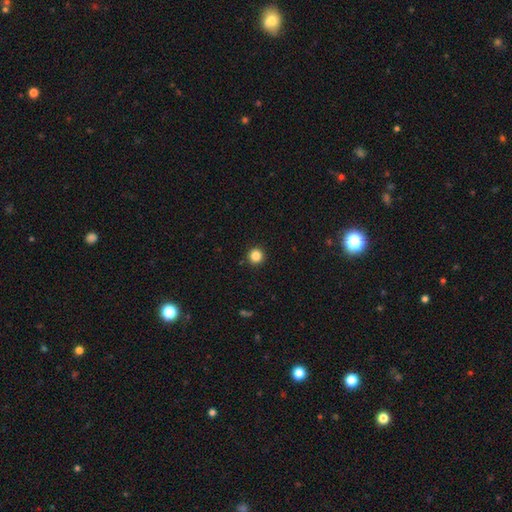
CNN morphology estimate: The model was most divided on "smooth or featured": smooth: 85%, star or artifact: 11%, featured or disk: 4%. More confident: how rounded — round (96%); merging — none (93%).